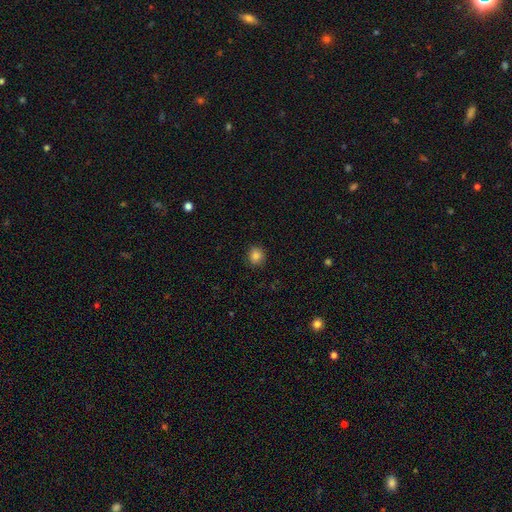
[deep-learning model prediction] Morphology: type=smooth (84%); roundness=round (90%); merging=none (90%).